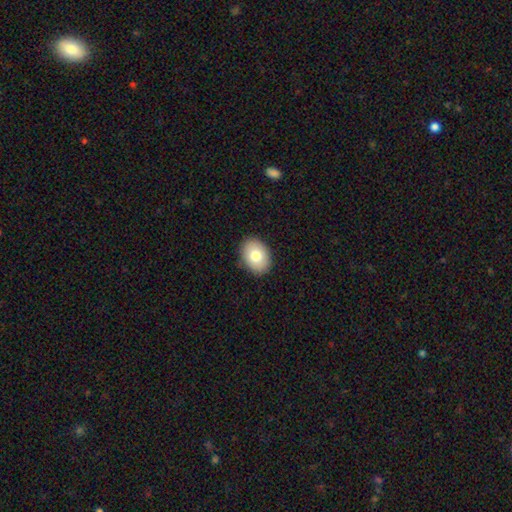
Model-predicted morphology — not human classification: type=smooth (79%); roundness=in between (72%); merging=none (89%).